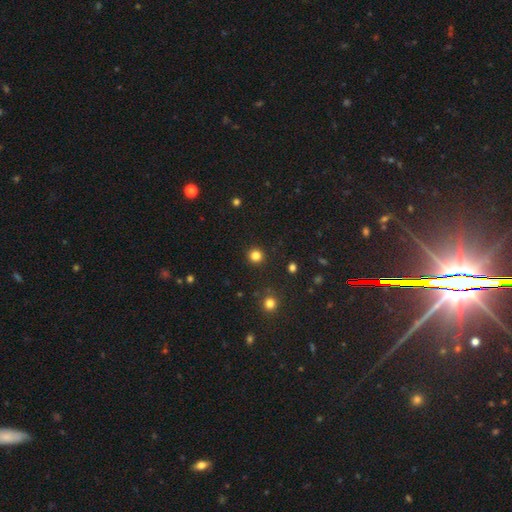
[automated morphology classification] Smooth or featured? Predicted: smooth (p=0.82). How rounded? Predicted: round (p=0.95). Merging? Predicted: none (p=0.92).